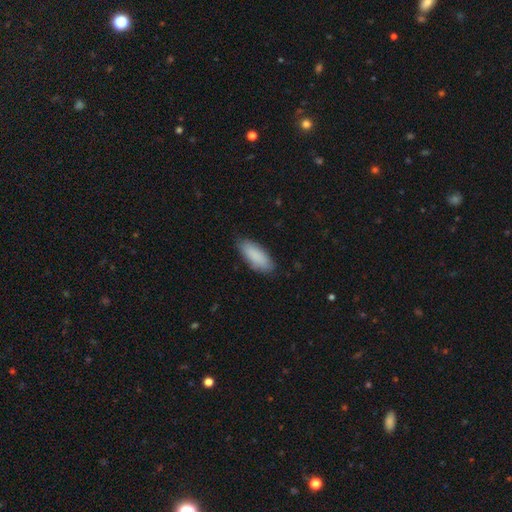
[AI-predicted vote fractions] Overall: smooth (89%). How rounded: in between (77%). Merging: none (82%).